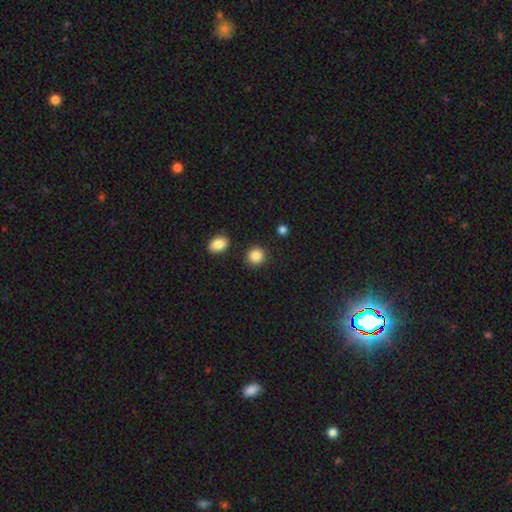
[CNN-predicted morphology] The model was most divided on "how rounded": round: 88%, in between: 11%, cigar-shaped: 1%. More confident: merging — none (89%); smooth or featured — smooth (88%).